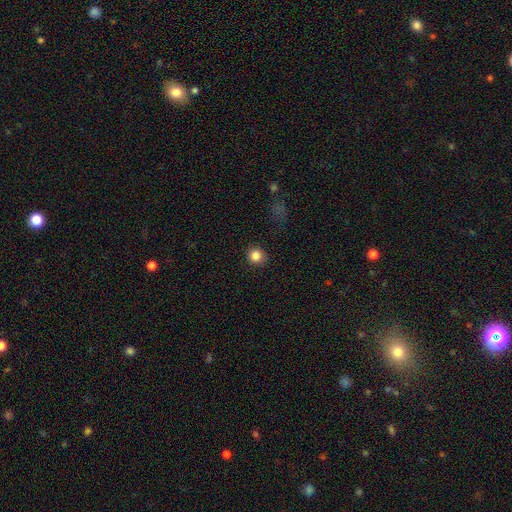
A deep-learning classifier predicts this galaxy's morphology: Q: Smooth or featured?
A: smooth (84%); runner-up: star or artifact (11%)
Q: How rounded?
A: round (90%); runner-up: in between (9%)
Q: Merging?
A: none (89%); runner-up: minor disturbance (7%)